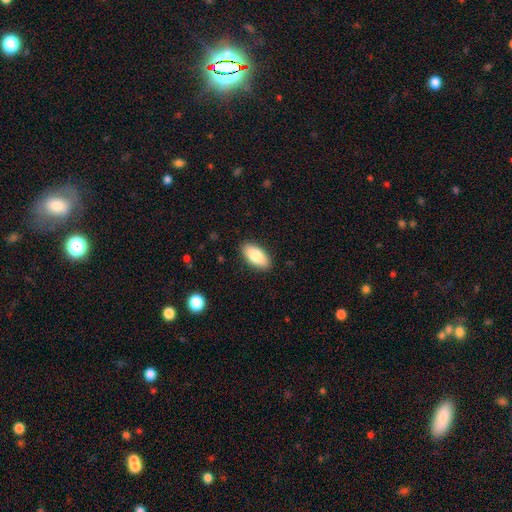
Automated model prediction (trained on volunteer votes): Smooth or featured?
  - smooth: 81% *
  - featured or disk: 12%
  - star or artifact: 6%
How rounded?
  - in between: 92% *
  - cigar-shaped: 5%
  - round: 3%
Merging?
  - none: 89% *
  - minor disturbance: 8%
  - major disturbance: 2%
  - merger: 1%